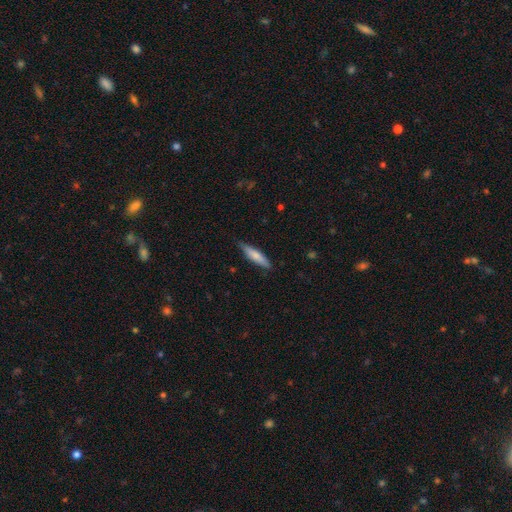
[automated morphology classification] The model was most divided on "smooth or featured": smooth: 70%, featured or disk: 24%, star or artifact: 6%. More confident: merging — none (82%); how rounded — cigar-shaped (79%).